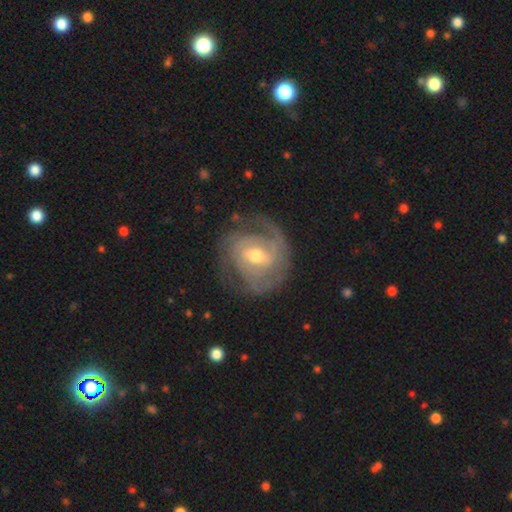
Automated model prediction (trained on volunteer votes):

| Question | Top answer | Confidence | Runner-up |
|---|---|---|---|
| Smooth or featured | featured or disk | 85% | smooth (9%) |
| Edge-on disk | no | 97% | yes (3%) |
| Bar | weak | 49% | no (31%) |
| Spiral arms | yes | 95% | no (5%) |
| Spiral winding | tight | 55% | medium (35%) |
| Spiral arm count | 2 | 42% | can't tell (22%) |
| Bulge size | moderate | 62% | small (33%) |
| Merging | none | 71% | minor disturbance (18%) |